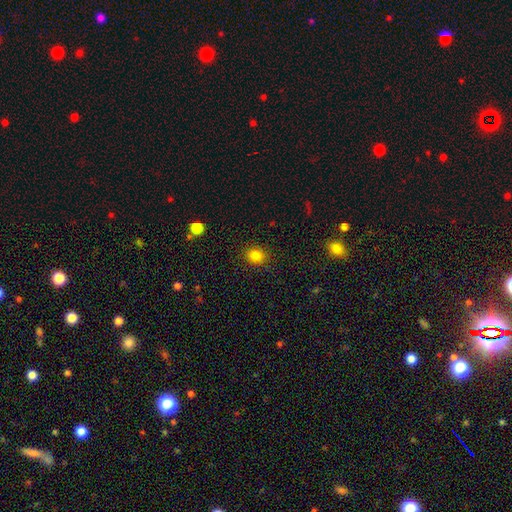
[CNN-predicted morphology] The model was most divided on "how rounded": round: 70%, in between: 29%, cigar-shaped: 1%. More confident: merging — none (89%); smooth or featured — smooth (83%).